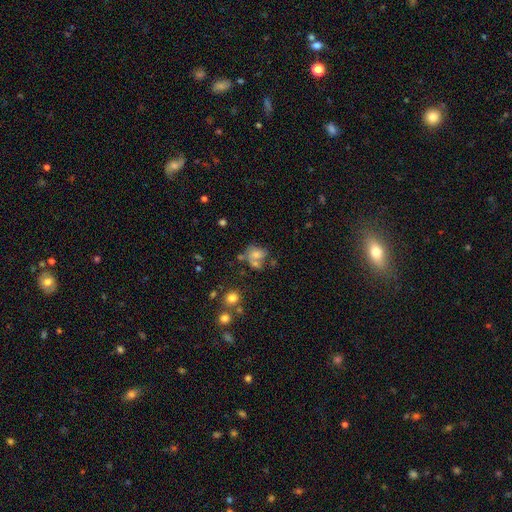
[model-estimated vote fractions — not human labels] The model was most divided on "merging": merger: 34%, none: 33%, minor disturbance: 18%, major disturbance: 16%. More confident: smooth or featured — smooth (59%); how rounded — in between (54%).